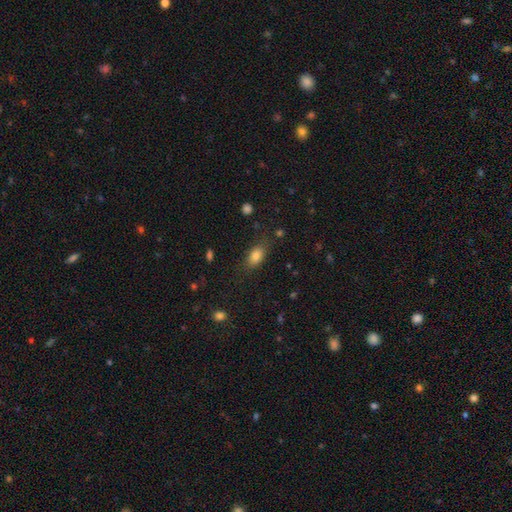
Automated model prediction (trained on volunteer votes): The model was most divided on "merging": none: 75%, minor disturbance: 17%, major disturbance: 6%, merger: 2%. More confident: how rounded — in between (84%); smooth or featured — smooth (82%).